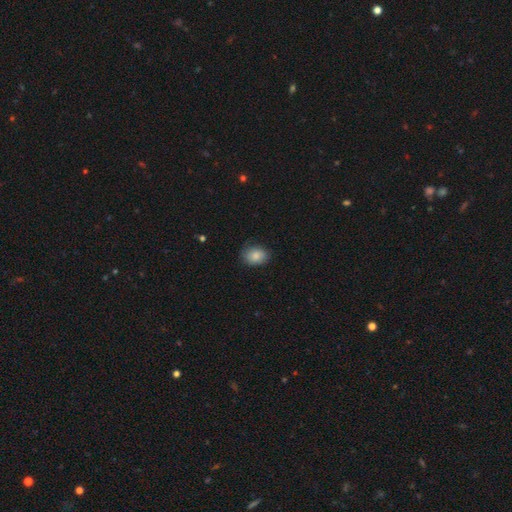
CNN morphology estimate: The model was most divided on "how rounded": in between: 60%, round: 39%, cigar-shaped: 1%. More confident: smooth or featured — smooth (84%); merging — none (78%).